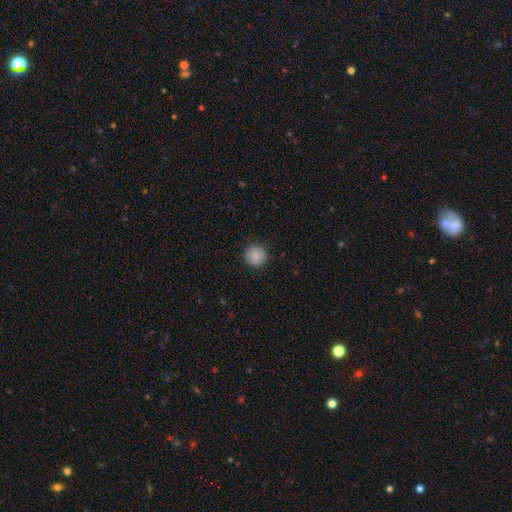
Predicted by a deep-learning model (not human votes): smooth 87%, star or artifact 8%, featured or disk 5%. Down the decision tree: how rounded — round (94%); merging — none (90%).